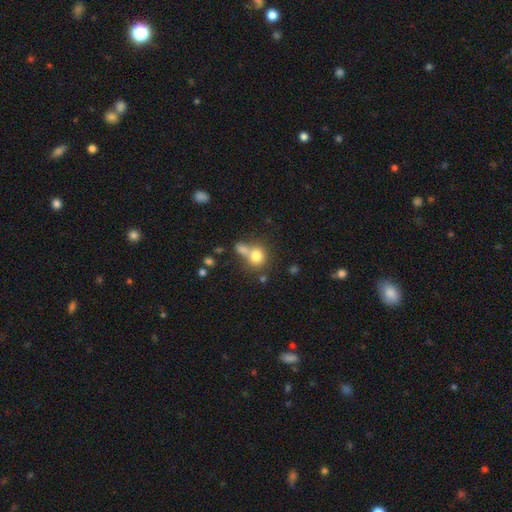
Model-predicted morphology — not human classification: smooth 78%, featured or disk 11%, star or artifact 11%. Down the decision tree: how rounded — round (73%); merging — merger (43%).